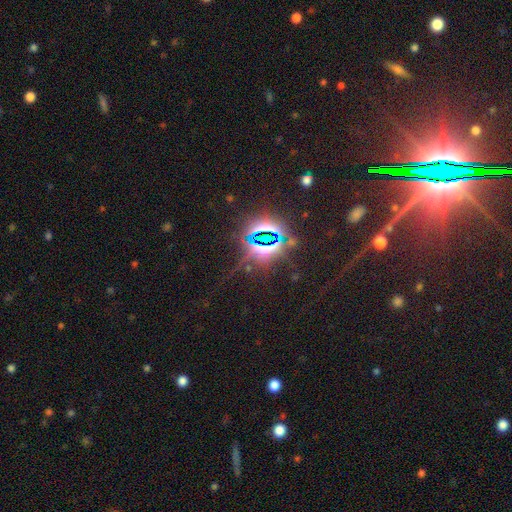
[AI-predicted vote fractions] smooth-or-featured: star or artifact: 80% | featured or disk: 11% | smooth: 9%